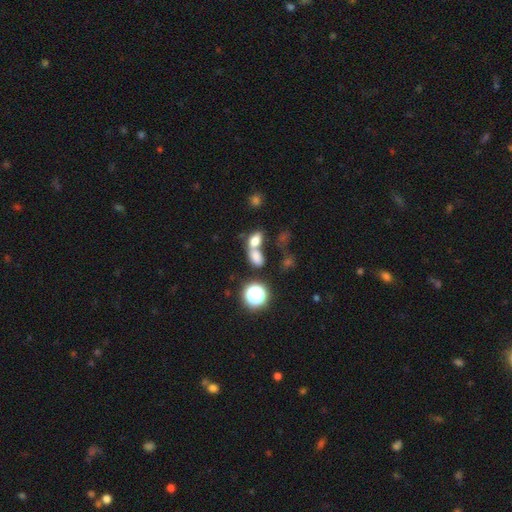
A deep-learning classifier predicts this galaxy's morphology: Overall: smooth (73%). How rounded: in between (77%). Merging: merger (57%; none 29%).